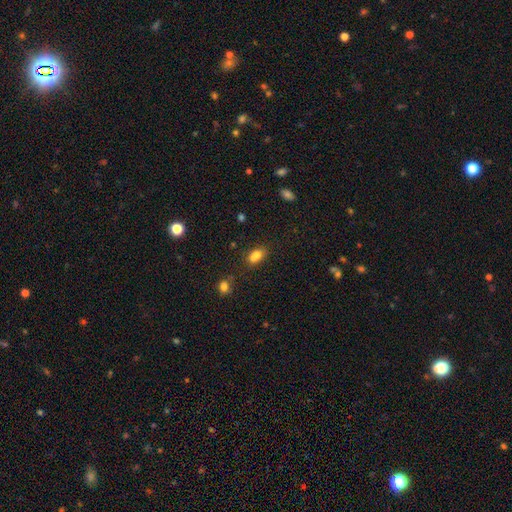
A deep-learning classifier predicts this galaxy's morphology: A smooth galaxy with no disk features (77%) that is in between round and cigar-shaped (78%).

Vote fractions:
- Smooth or featured? smooth: 77% / star or artifact: 13% / featured or disk: 10%
- How rounded? in between: 78% / round: 17% / cigar-shaped: 4%
- Merging? none: 49% / merger: 30% / minor disturbance: 16% / major disturbance: 5%